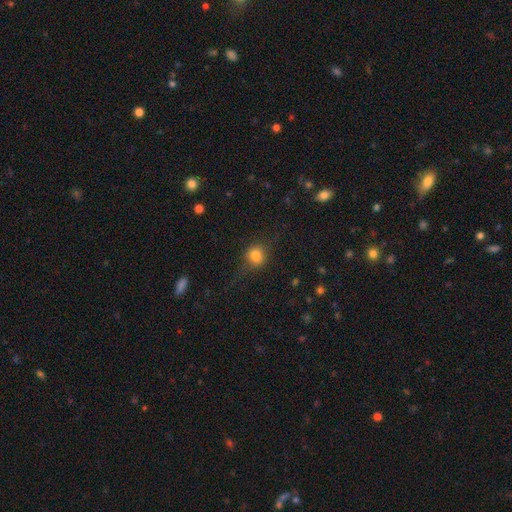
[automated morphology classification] A smooth galaxy with no disk features (78%) that is round (81%).

Vote fractions:
- Smooth or featured? smooth: 78% / star or artifact: 12% / featured or disk: 11%
- How rounded? round: 81% / in between: 17% / cigar-shaped: 2%
- Merging? none: 70% / minor disturbance: 18% / major disturbance: 10% / merger: 2%